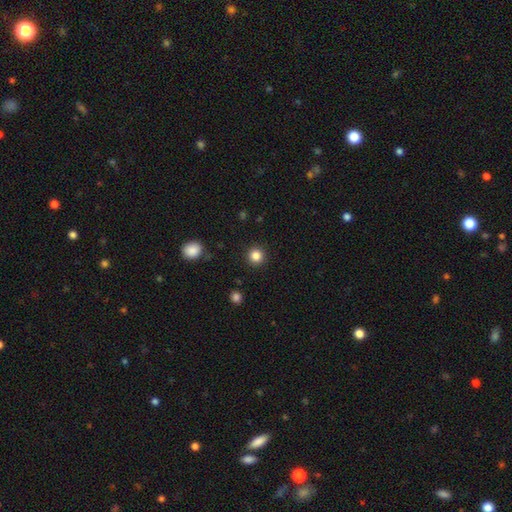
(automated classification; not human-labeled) Smooth or featured?
  - smooth: 85% *
  - star or artifact: 11%
  - featured or disk: 4%
How rounded?
  - round: 94% *
  - in between: 5%
  - cigar-shaped: 1%
Merging?
  - none: 92% *
  - minor disturbance: 5%
  - major disturbance: 2%
  - merger: 1%